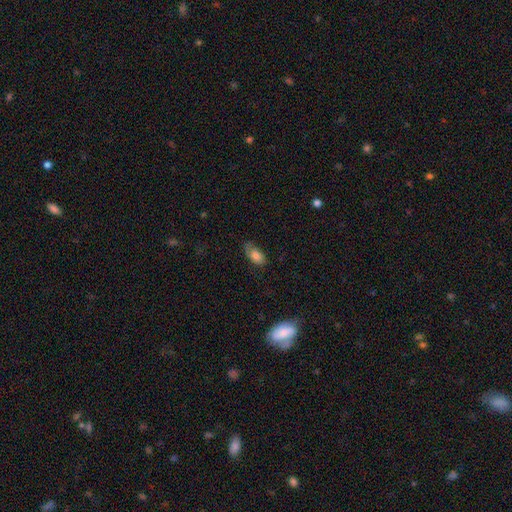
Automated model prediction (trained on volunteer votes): Smooth or featured: smooth — 80% (featured or disk — 12%)
How rounded: in between — 90% (cigar-shaped — 6%)
Merging: none — 52% (minor disturbance — 33%)